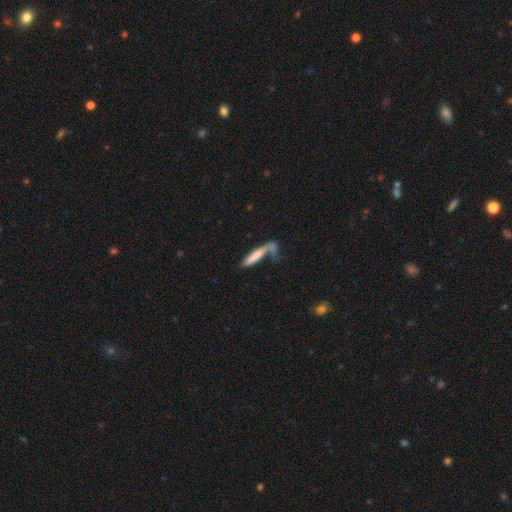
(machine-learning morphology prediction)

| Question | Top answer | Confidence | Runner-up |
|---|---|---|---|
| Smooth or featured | smooth | 66% | featured or disk (26%) |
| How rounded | cigar-shaped | 83% | in between (15%) |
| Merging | none | 38% | merger (25%) |